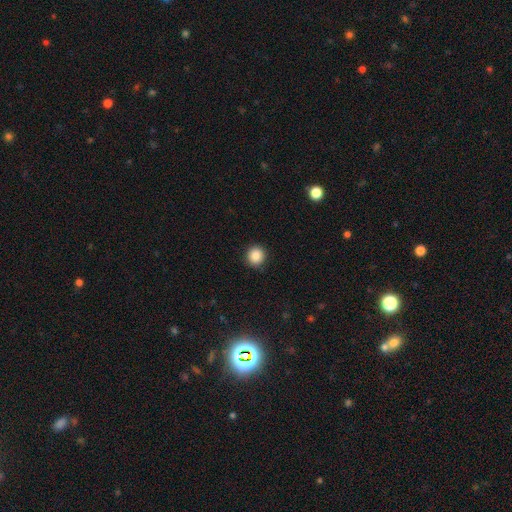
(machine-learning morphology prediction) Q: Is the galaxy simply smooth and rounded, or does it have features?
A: smooth — 87%.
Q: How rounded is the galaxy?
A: round — 93%.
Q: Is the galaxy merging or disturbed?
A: none — 91%.